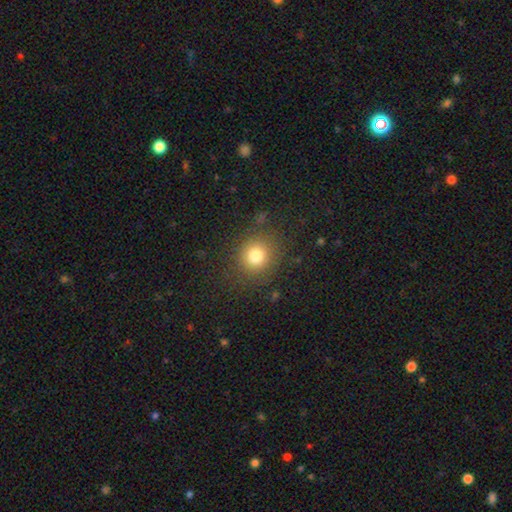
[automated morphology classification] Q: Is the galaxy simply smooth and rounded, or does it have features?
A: smooth — 80%.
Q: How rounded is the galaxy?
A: round — 84%.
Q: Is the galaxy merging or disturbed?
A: none — 83%.